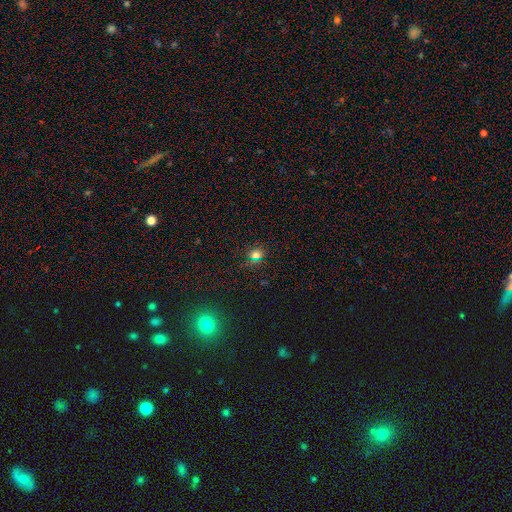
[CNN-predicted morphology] Q: Smooth or featured?
A: smooth (63%); runner-up: star or artifact (31%)
Q: How rounded?
A: round (78%); runner-up: in between (20%)
Q: Merging?
A: none (84%); runner-up: minor disturbance (10%)